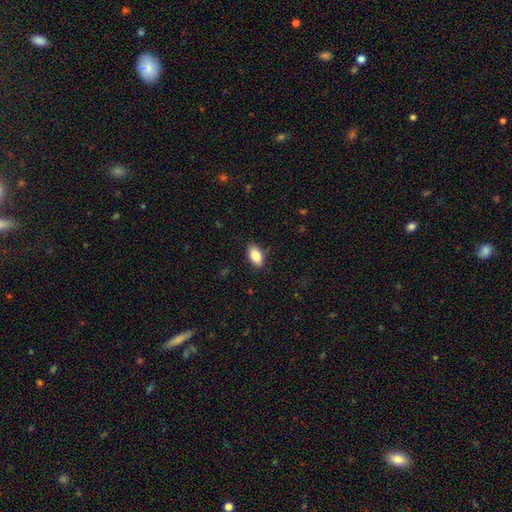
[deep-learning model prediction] smooth_or_featured: smooth (p=0.87) [alt: star or artifact p=0.07]
how_rounded: in between (p=0.93) [alt: round p=0.04]
merging: none (p=0.86) [alt: minor disturbance p=0.11]